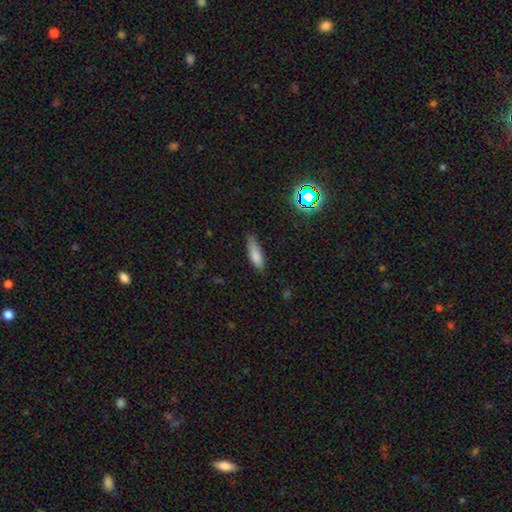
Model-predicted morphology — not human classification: Smooth or featured? Predicted: smooth (p=0.81). How rounded? Predicted: cigar-shaped (p=0.52). Merging? Predicted: none (p=0.73).